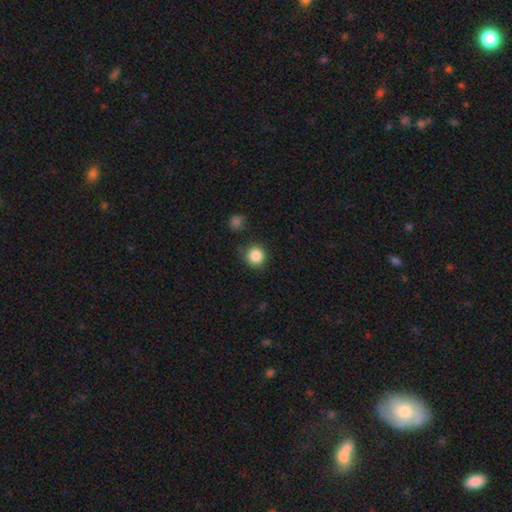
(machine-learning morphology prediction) This is clearly a smooth galaxy (86%). How rounded: clearly round (92%). Merging: clearly none (83%).